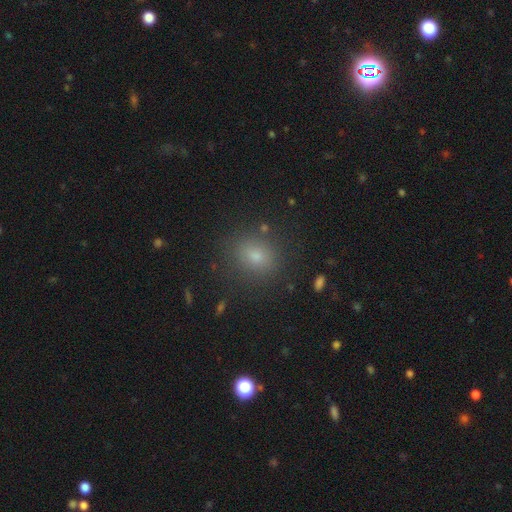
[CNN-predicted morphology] Overall: smooth (76%). How rounded: round (66%; in between 33%). Merging: none (83%).